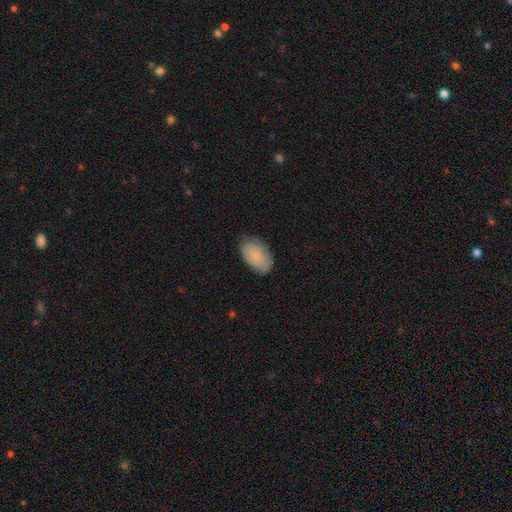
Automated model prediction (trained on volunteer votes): Smooth or featured? Predicted: smooth (p=0.75). How rounded? Predicted: in between (p=0.92). Merging? Predicted: none (p=0.77).